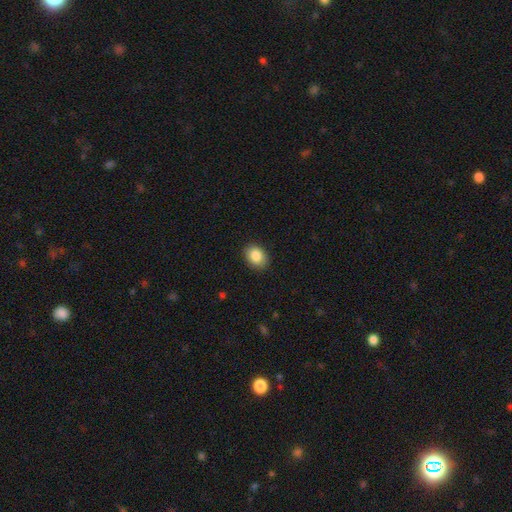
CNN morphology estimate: smooth 86%, star or artifact 8%, featured or disk 6%. Down the decision tree: how rounded — in between (71%); merging — none (89%).